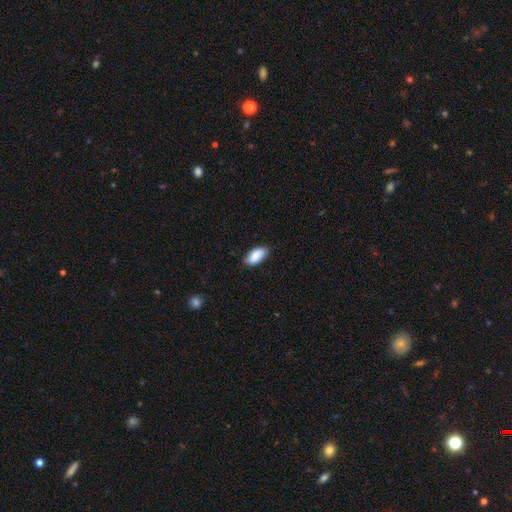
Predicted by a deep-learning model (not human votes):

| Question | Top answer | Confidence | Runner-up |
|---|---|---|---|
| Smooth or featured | smooth | 87% | featured or disk (7%) |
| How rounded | in between | 91% | cigar-shaped (6%) |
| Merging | none | 81% | minor disturbance (16%) |